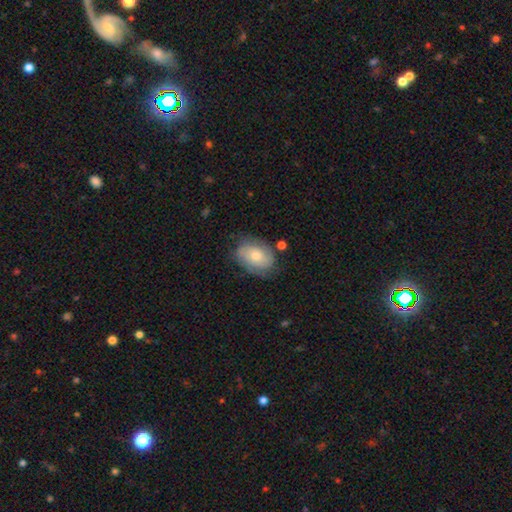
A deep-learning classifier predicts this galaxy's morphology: The model was most divided on "smooth or featured": featured or disk: 49%, smooth: 42%, star or artifact: 8%. More confident: merging — none (70%).